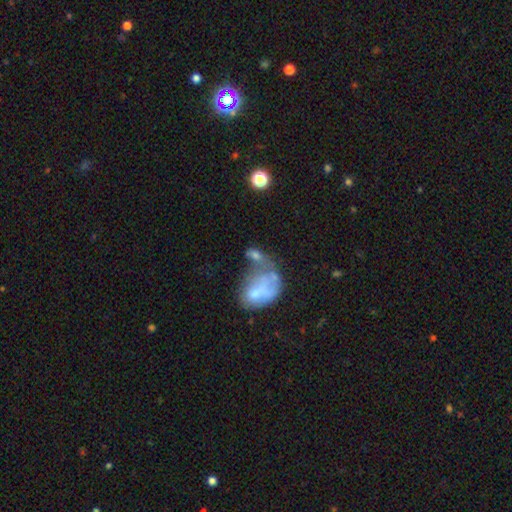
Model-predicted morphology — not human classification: smooth_or_featured: smooth (p=0.52) [alt: featured or disk p=0.35]
how_rounded: in between (p=0.75) [alt: round p=0.23]
merging: merger (p=0.37) [alt: major disturbance p=0.27]